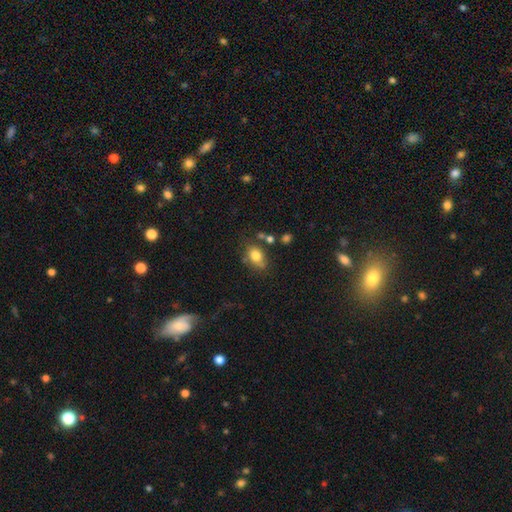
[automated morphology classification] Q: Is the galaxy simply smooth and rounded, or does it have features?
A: smooth — 78%.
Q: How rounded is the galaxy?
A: in between — 76%.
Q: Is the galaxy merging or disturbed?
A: none — 59%.